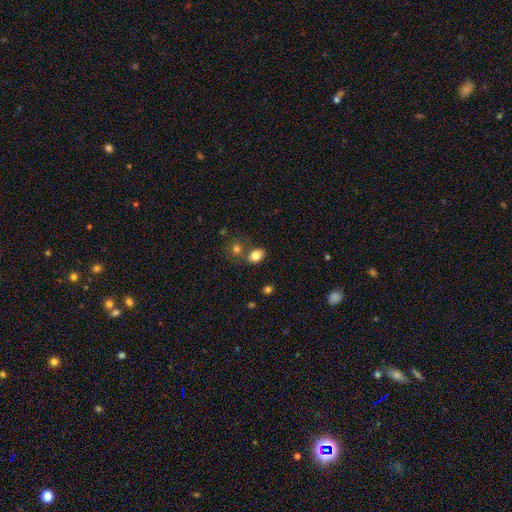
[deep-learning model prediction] Q: Smooth or featured?
A: smooth (82%); runner-up: star or artifact (10%)
Q: How rounded?
A: in between (77%); runner-up: round (22%)
Q: Merging?
A: none (64%); runner-up: merger (19%)